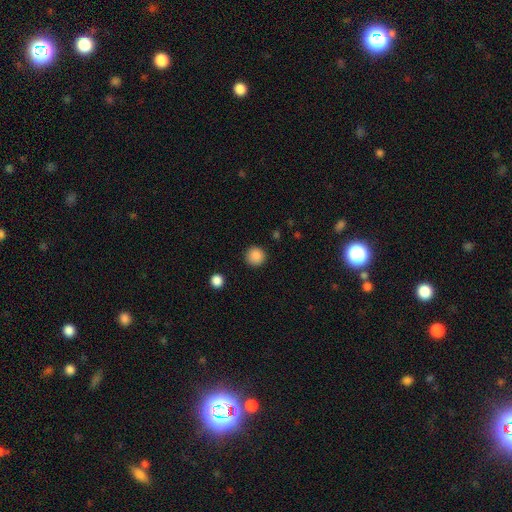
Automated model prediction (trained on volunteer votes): smooth 88%, star or artifact 10%, featured or disk 3%. Down the decision tree: how rounded — round (95%); merging — none (91%).